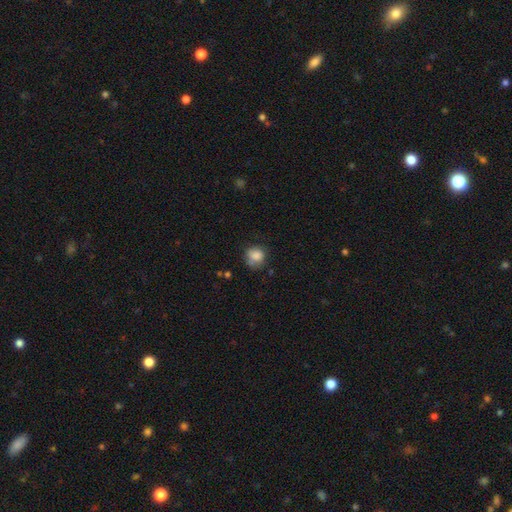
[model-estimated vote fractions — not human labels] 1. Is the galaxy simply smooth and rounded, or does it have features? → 82% smooth, 9% star or artifact, 9% featured or disk.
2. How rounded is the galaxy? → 79% round, 20% in between, 1% cigar-shaped.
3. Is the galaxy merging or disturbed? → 60% none, 26% minor disturbance, 9% major disturbance, 4% merger.